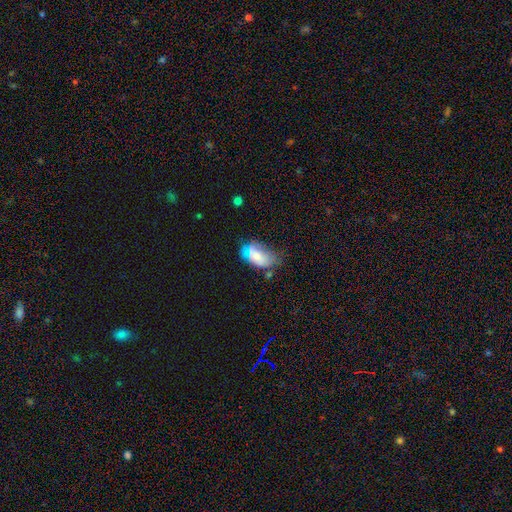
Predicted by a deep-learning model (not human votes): Morphology: type=smooth (67%); roundness=in between (91%); merging=none (39%).